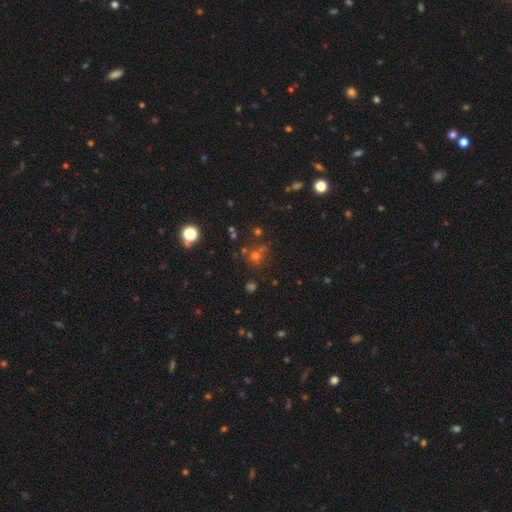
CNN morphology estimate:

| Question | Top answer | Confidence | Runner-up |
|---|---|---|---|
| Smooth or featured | smooth | 50% | star or artifact (39%) |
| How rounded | round | 86% | in between (13%) |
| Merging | none | 65% | merger (15%) |